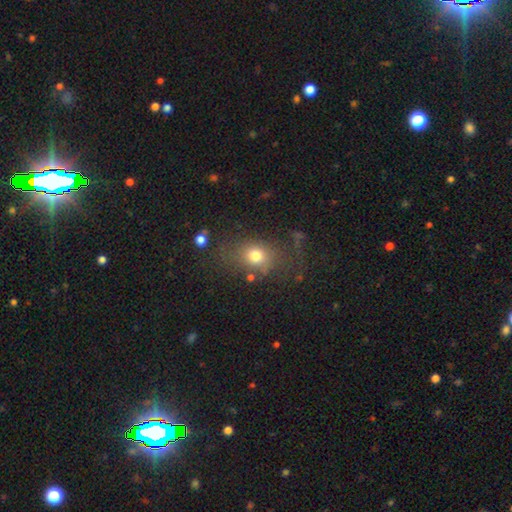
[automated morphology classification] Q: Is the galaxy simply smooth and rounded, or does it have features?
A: smooth — 73%.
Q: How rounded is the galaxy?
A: round — 51%.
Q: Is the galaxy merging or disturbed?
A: none — 61%.